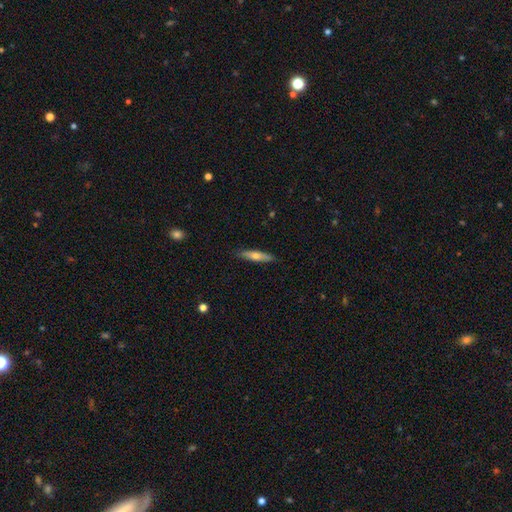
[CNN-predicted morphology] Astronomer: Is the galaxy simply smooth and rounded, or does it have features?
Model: smooth — 53% (runner-up: featured or disk, 41%).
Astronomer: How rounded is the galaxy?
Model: cigar-shaped — 84%.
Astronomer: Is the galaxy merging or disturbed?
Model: none — 88%.